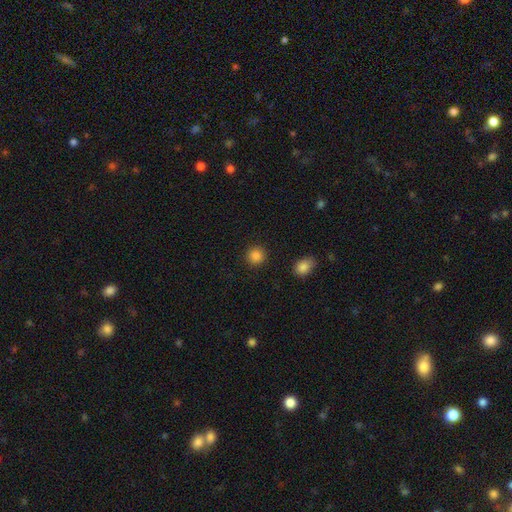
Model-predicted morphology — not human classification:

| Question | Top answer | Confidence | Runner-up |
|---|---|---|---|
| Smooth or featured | smooth | 87% | star or artifact (10%) |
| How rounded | round | 91% | in between (8%) |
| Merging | none | 91% | minor disturbance (6%) |